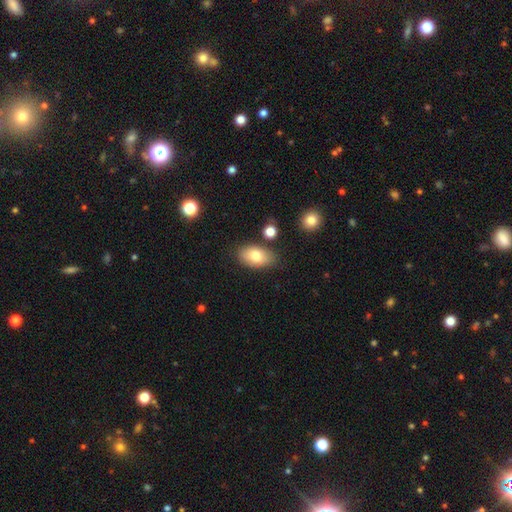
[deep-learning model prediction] This appears to be a smooth galaxy with no disk features (79%) that is in between round and cigar-shaped (91%). Merging: none (78%).